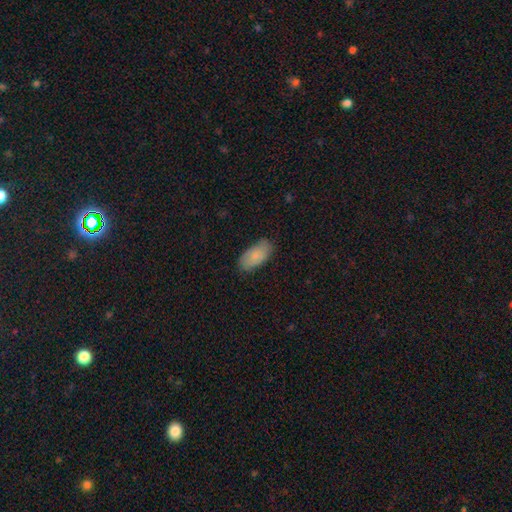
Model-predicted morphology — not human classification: Smooth or featured? smooth (78%)
How rounded? in between (93%)
Merging? none (80%)